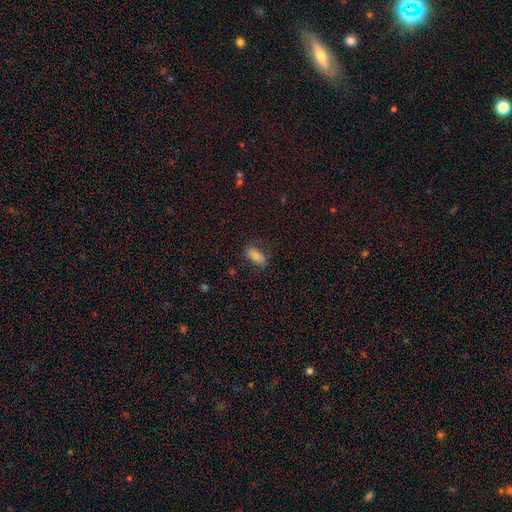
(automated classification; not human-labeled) Smooth or featured: smooth — 73% (featured or disk — 15%)
How rounded: in between — 87% (cigar-shaped — 9%)
Merging: none — 69% (minor disturbance — 21%)